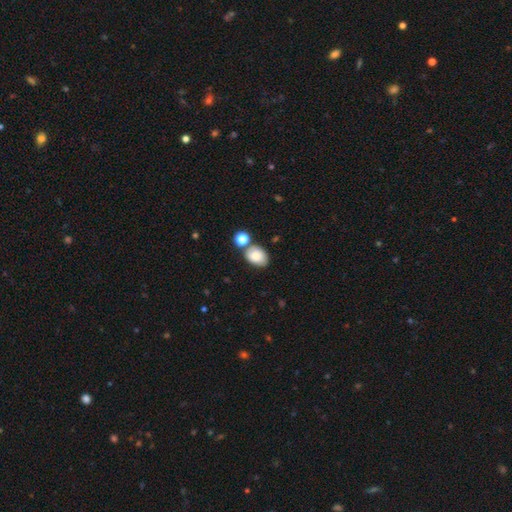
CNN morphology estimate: This appears to be a smooth galaxy with no disk features (84%) that is in between round and cigar-shaped (80%). Merging: none (63%).